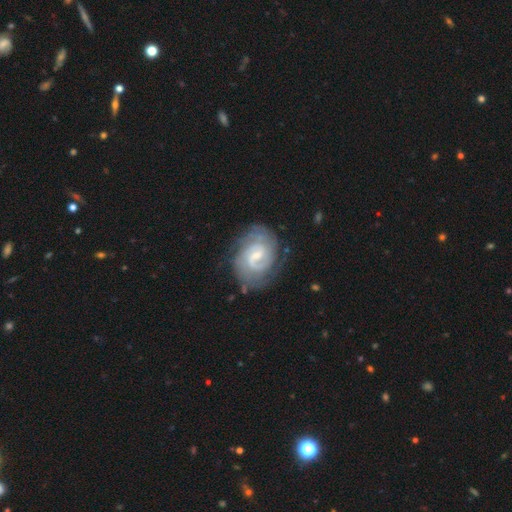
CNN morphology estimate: This is clearly a featured or disk galaxy (86%). It is clearly not viewed edge-on (98%). Bar: likely weak (64%). Spiral arm pattern: clearly yes (96%). Spiral arm count: likely 2 (68%). Spiral winding: possibly tight (51%). Central bulge: possibly small (54%). Merging: likely none (72%).